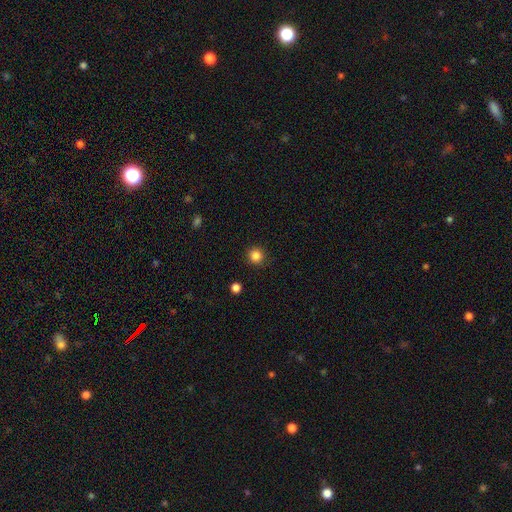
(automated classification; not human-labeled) Q: Smooth or featured?
A: smooth (85%); runner-up: star or artifact (12%)
Q: How rounded?
A: round (94%); runner-up: in between (5%)
Q: Merging?
A: none (90%); runner-up: minor disturbance (6%)